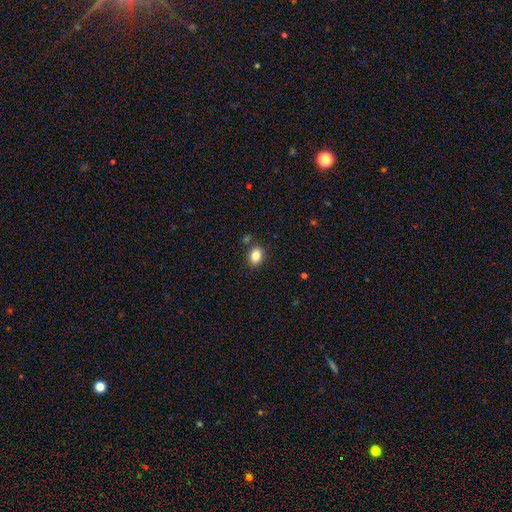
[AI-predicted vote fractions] A smooth galaxy with no disk features (84%) that is in between round and cigar-shaped (73%).

Vote fractions:
- Smooth or featured? smooth: 84% / star or artifact: 9% / featured or disk: 7%
- How rounded? in between: 73% / round: 26% / cigar-shaped: 1%
- Merging? none: 82% / minor disturbance: 10% / merger: 5% / major disturbance: 3%